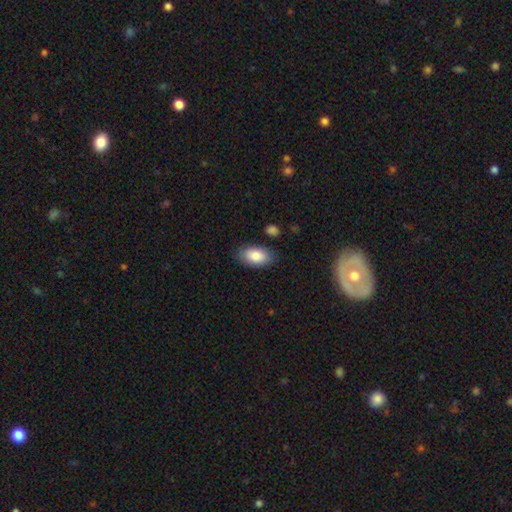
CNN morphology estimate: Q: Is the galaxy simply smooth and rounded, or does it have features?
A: smooth — 85%.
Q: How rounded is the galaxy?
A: in between — 94%.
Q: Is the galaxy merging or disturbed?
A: none — 82%.